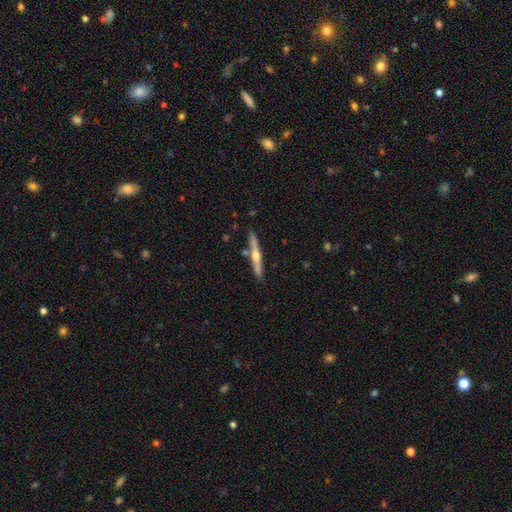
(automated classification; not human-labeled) Smooth or featured? featured or disk (67%)
Edge-on disk? yes (96%)
Edge-on bulge? rounded (90%)
Merging? none (84%)